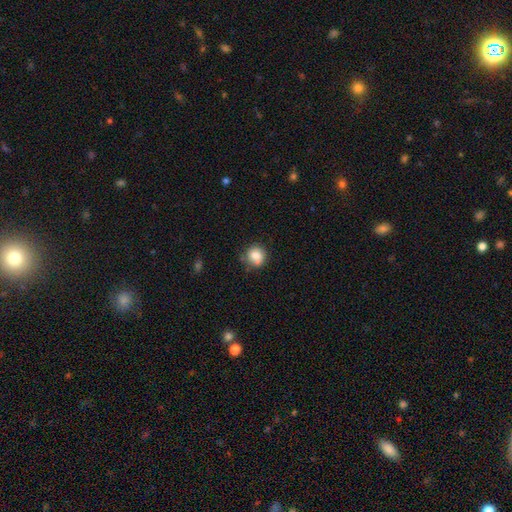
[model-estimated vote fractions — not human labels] This is clearly a smooth galaxy (81%). How rounded: clearly round (86%). Merging: likely none (71%).